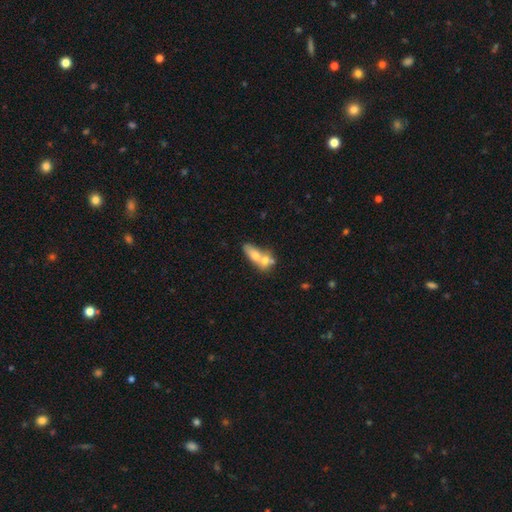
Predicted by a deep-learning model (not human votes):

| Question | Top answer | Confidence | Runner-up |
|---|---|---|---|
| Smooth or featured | smooth | 61% | featured or disk (31%) |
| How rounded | in between | 65% | cigar-shaped (19%) |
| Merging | merger | 66% | none (21%) |